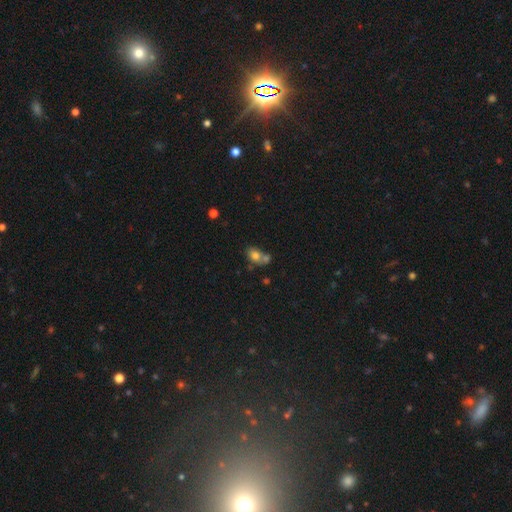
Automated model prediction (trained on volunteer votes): Smooth or featured? Predicted: smooth (p=0.75). How rounded? Predicted: in between (p=0.65). Merging? Predicted: merger (p=0.48).